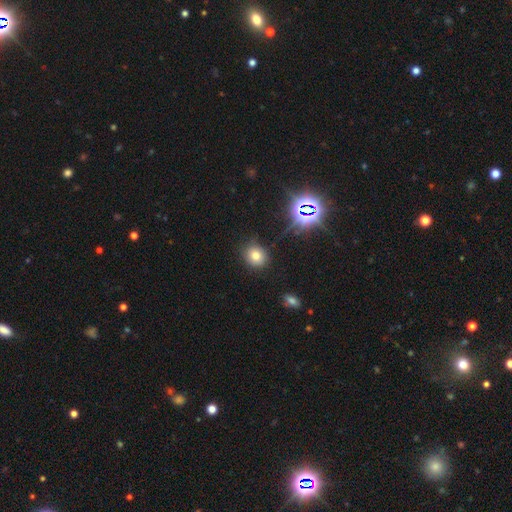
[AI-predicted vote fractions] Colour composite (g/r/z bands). It shows a smooth galaxy with no disk features (71%) that is round (77%). Merging: none (85%).